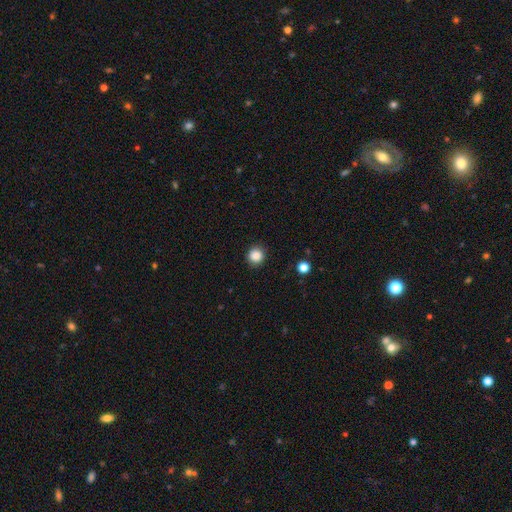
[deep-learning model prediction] Q: Smooth or featured?
A: smooth (86%); runner-up: star or artifact (11%)
Q: How rounded?
A: round (91%); runner-up: in between (8%)
Q: Merging?
A: none (90%); runner-up: minor disturbance (7%)